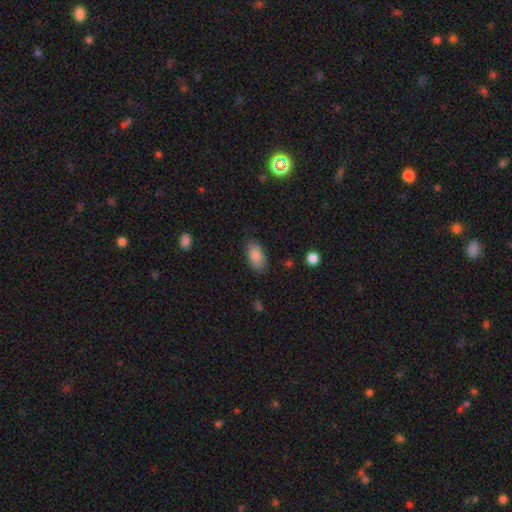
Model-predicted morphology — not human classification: Smooth or featured: smooth — 87% (star or artifact — 7%)
How rounded: in between — 92% (cigar-shaped — 4%)
Merging: none — 80% (minor disturbance — 15%)